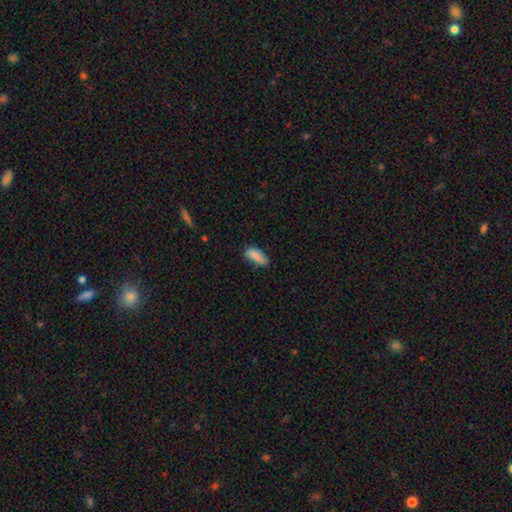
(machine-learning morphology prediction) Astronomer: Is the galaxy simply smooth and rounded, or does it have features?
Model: smooth — 86%.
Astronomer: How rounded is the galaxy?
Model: in between — 71%.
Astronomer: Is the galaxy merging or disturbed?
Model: none — 67%.